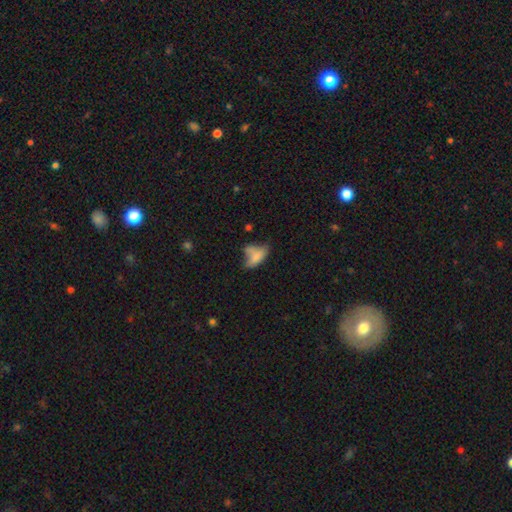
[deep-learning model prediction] Smooth or featured? smooth (67%)
How rounded? in between (85%)
Merging? none (29%)